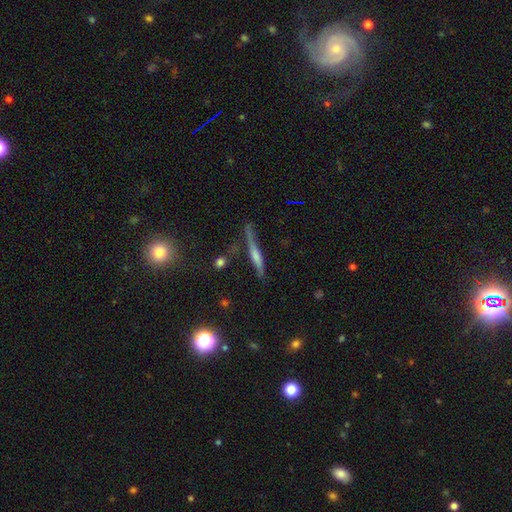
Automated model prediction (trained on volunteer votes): Overall: featured or disk (57%; smooth 31%). Edge-on disk: yes (94%). Edge-on bulge: rounded (54%; none 29%). Merging: none (71%).